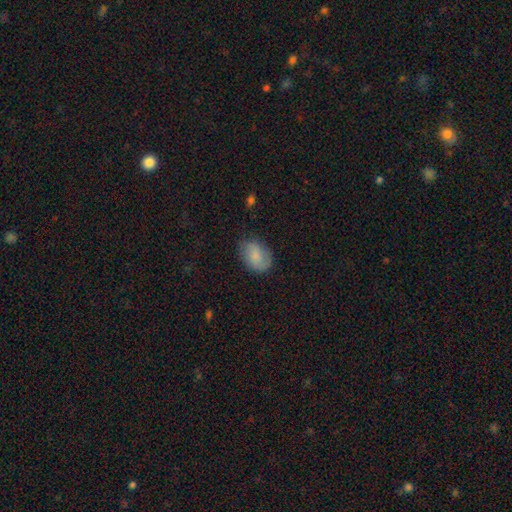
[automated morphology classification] Q: Smooth or featured?
A: smooth (65%); runner-up: featured or disk (28%)
Q: How rounded?
A: in between (72%); runner-up: round (27%)
Q: Merging?
A: none (74%); runner-up: minor disturbance (19%)